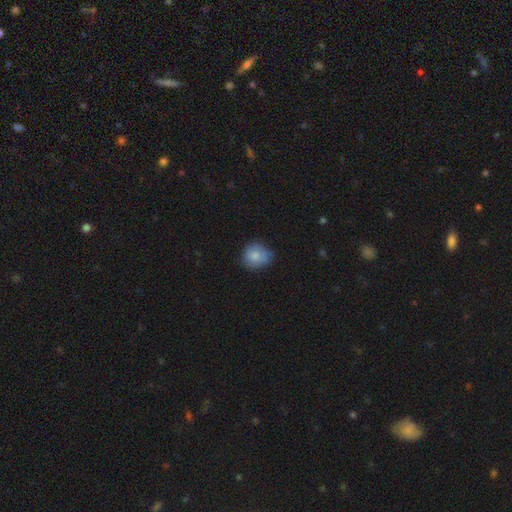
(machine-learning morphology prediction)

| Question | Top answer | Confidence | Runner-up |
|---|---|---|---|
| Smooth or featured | smooth | 81% | featured or disk (11%) |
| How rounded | round | 74% | in between (25%) |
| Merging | none | 66% | minor disturbance (27%) |